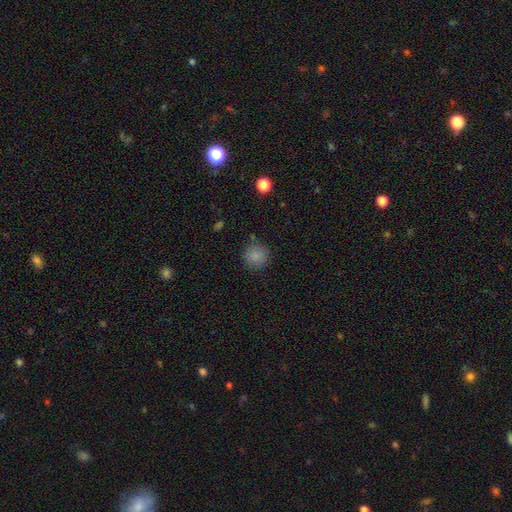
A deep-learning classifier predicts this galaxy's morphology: This is clearly a smooth galaxy (85%). How rounded: clearly round (93%). Merging: clearly none (84%).